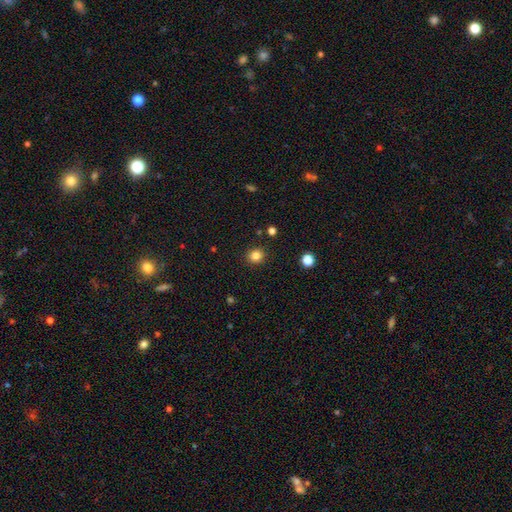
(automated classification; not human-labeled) Smooth or featured? Predicted: smooth (p=0.83). How rounded? Predicted: round (p=0.87). Merging? Predicted: none (p=0.91).